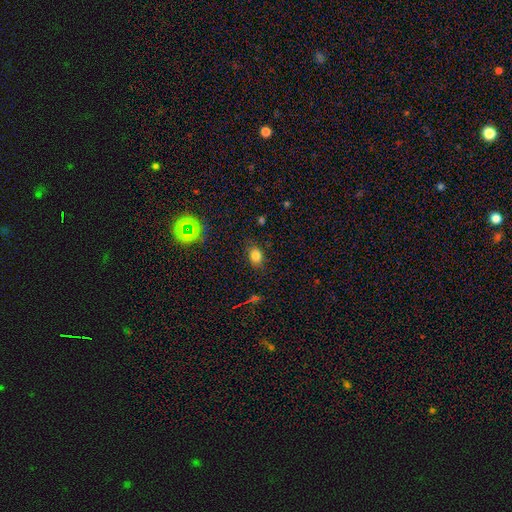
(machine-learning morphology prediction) smooth_or_featured: smooth (p=0.77) [alt: star or artifact p=0.15]
how_rounded: in between (p=0.62) [alt: round p=0.37]
merging: none (p=0.81) [alt: minor disturbance p=0.14]